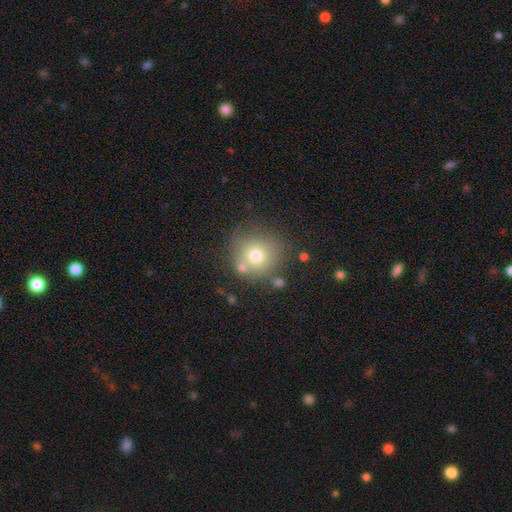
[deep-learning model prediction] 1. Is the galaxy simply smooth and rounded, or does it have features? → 72% smooth, 15% featured or disk, 13% star or artifact.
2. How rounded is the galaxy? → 90% round, 9% in between, 1% cigar-shaped.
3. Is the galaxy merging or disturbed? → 67% none, 14% minor disturbance, 13% merger, 6% major disturbance.